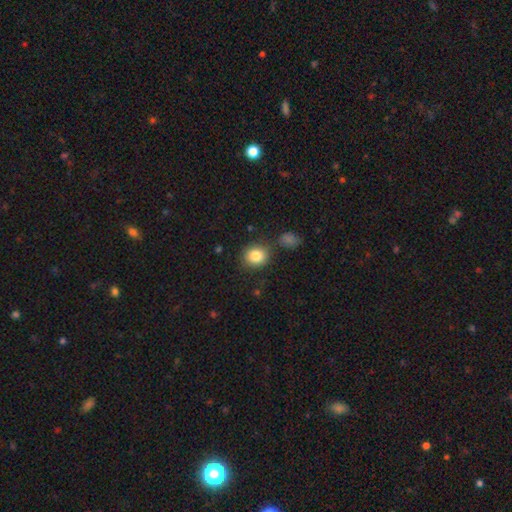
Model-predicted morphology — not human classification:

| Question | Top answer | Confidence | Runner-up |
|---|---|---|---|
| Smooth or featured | smooth | 83% | star or artifact (10%) |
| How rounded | round | 77% | in between (22%) |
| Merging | none | 80% | minor disturbance (11%) |